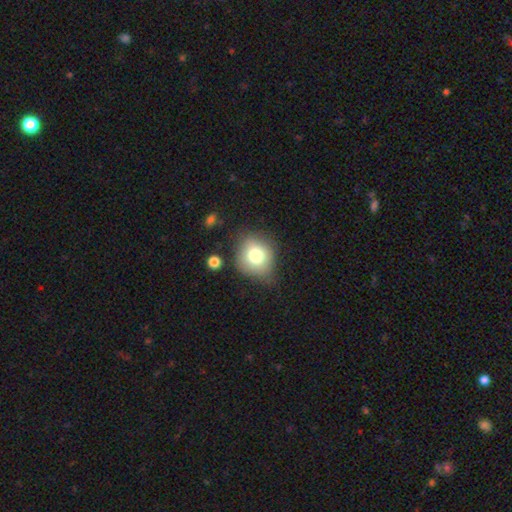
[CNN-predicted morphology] Overall: smooth (76%). How rounded: round (71%). Merging: none (67%).